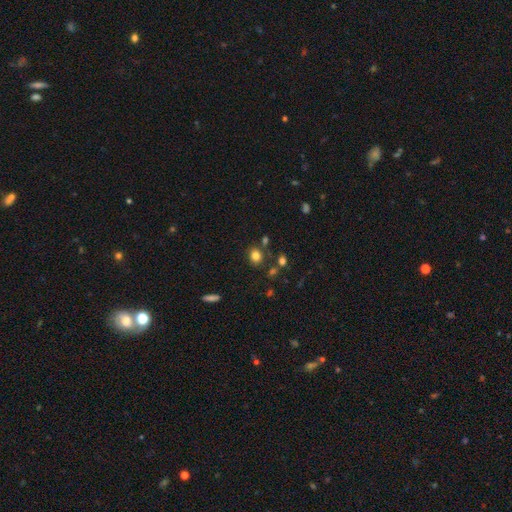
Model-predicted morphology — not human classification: This is likely a smooth galaxy (80%). How rounded: likely round (65%). Merging: likely none (77%).